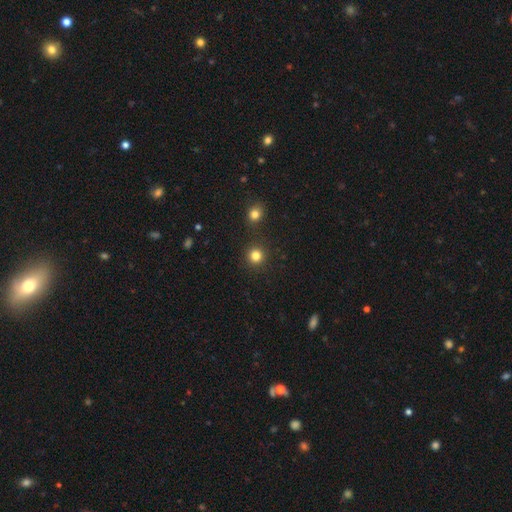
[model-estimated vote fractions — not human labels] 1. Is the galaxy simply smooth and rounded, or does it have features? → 81% smooth, 14% star or artifact, 5% featured or disk.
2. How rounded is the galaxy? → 94% round, 5% in between, 1% cigar-shaped.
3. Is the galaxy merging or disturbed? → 89% none, 6% minor disturbance, 4% merger, 2% major disturbance.